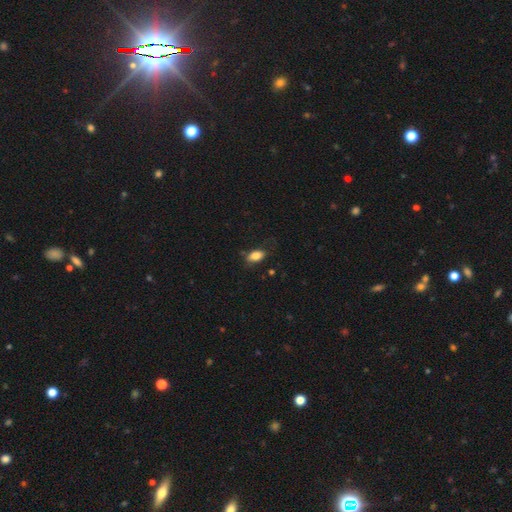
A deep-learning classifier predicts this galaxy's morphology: The model was most divided on "merging": none: 72%, minor disturbance: 20%, major disturbance: 6%, merger: 2%. More confident: how rounded — in between (89%); smooth or featured — smooth (84%).